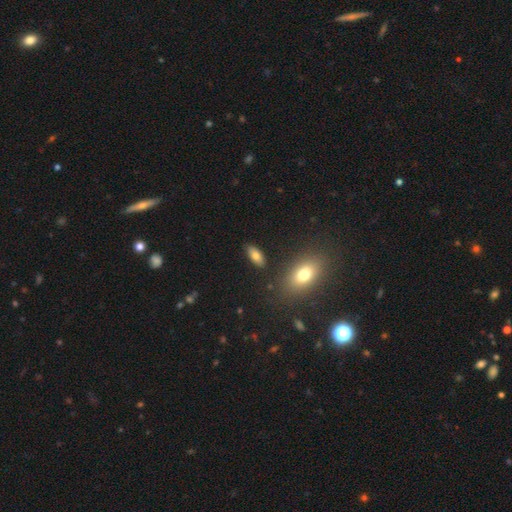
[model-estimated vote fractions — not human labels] This appears to be a smooth galaxy with no disk features (79%) that is in between round and cigar-shaped (87%). Merging: none (86%).